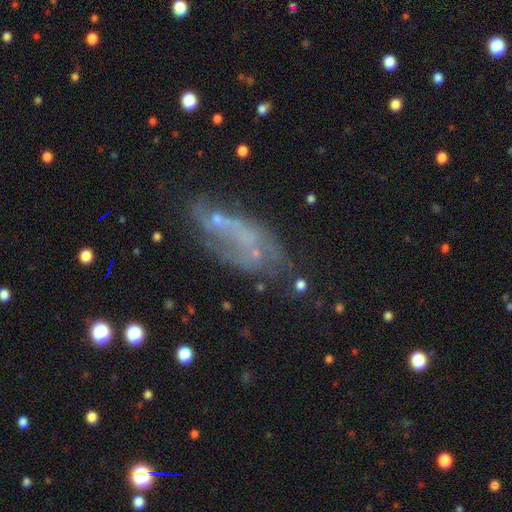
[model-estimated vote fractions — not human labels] A featured or disk galaxy (53%).

Vote fractions:
- Smooth or featured? featured or disk: 53% / smooth: 31% / star or artifact: 16%
- Edge-on disk? no: 91% / yes: 9%
- Merging? none: 40% / major disturbance: 26% / minor disturbance: 21% / merger: 13%